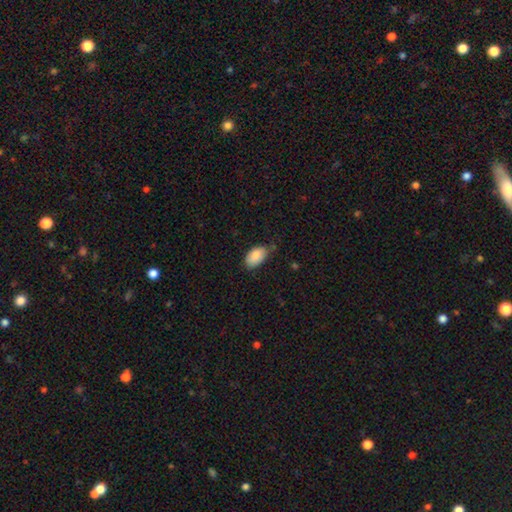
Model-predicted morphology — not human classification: smooth-or-featured: smooth: 84% | featured or disk: 9% | star or artifact: 7%
  how-rounded: in between: 93% | round: 5% | cigar-shaped: 2%
  merging: none: 63% | minor disturbance: 30% | major disturbance: 4% | merger: 2%